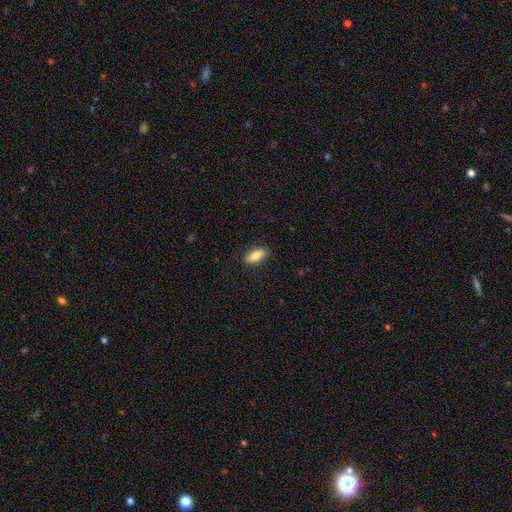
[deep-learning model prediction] smooth_or_featured: smooth (p=0.83) [alt: featured or disk p=0.11]
how_rounded: in between (p=0.87) [alt: cigar-shaped p=0.10]
merging: none (p=0.87) [alt: minor disturbance p=0.10]